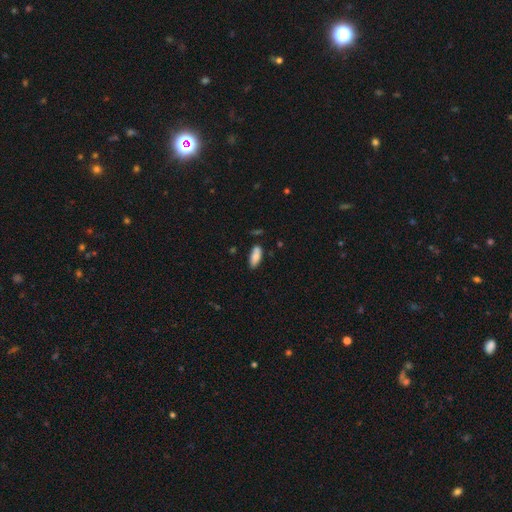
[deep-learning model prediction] Smooth or featured?
  - smooth: 83% *
  - featured or disk: 10%
  - star or artifact: 7%
How rounded?
  - in between: 80% *
  - cigar-shaped: 18%
  - round: 2%
Merging?
  - none: 68% *
  - minor disturbance: 21%
  - merger: 7%
  - major disturbance: 4%